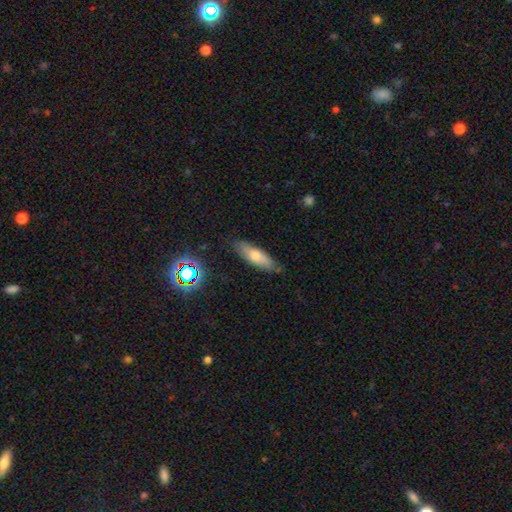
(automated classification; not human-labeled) smooth_or_featured: smooth (p=0.63) [alt: featured or disk p=0.28]
how_rounded: in between (p=0.51) [alt: cigar-shaped p=0.47]
merging: none (p=0.78) [alt: minor disturbance p=0.17]